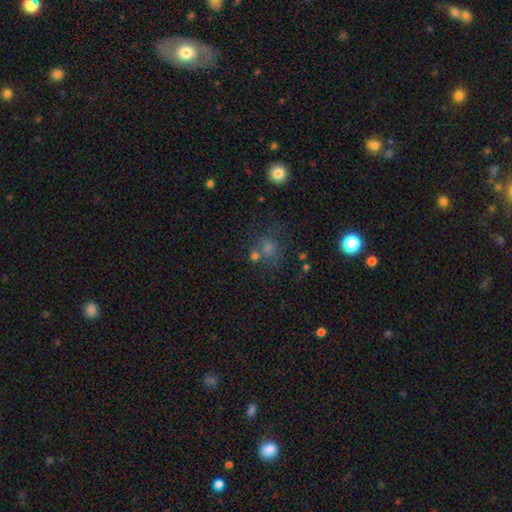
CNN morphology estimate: The model was most divided on "merging": none: 57%, merger: 22%, minor disturbance: 13%, major disturbance: 8%. More confident: how rounded — round (78%); smooth or featured — smooth (64%).